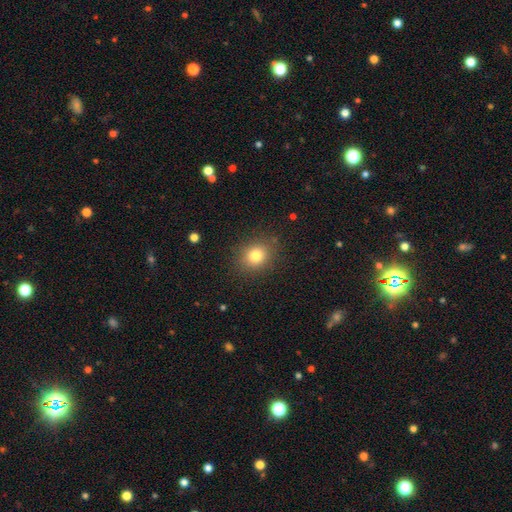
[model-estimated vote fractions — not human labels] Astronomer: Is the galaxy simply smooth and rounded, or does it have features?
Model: smooth — 79%.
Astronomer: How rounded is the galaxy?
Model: round — 70%.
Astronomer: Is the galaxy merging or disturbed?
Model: none — 86%.